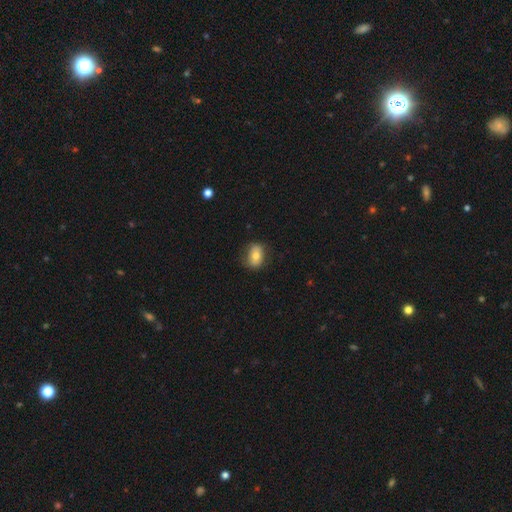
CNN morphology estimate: type=smooth (73%); roundness=in between (74%); merging=none (76%).